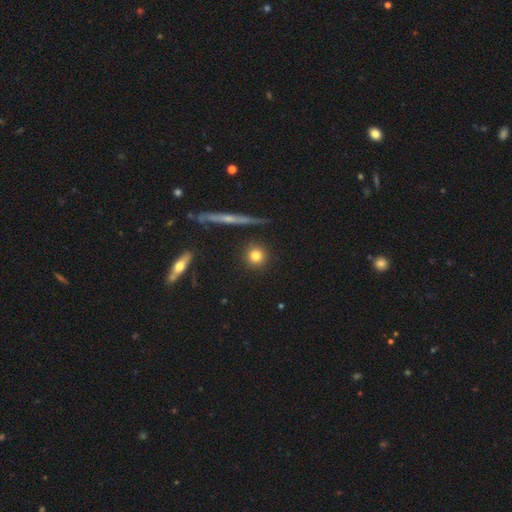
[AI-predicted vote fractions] Smooth or featured? Predicted: smooth (p=0.79). How rounded? Predicted: round (p=0.93). Merging? Predicted: none (p=0.88).